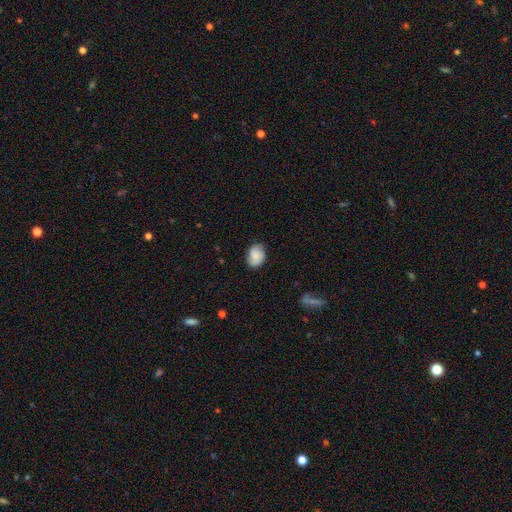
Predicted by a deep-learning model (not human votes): Overall: smooth (72%). How rounded: in between (62%; round 37%). Merging: none (75%).